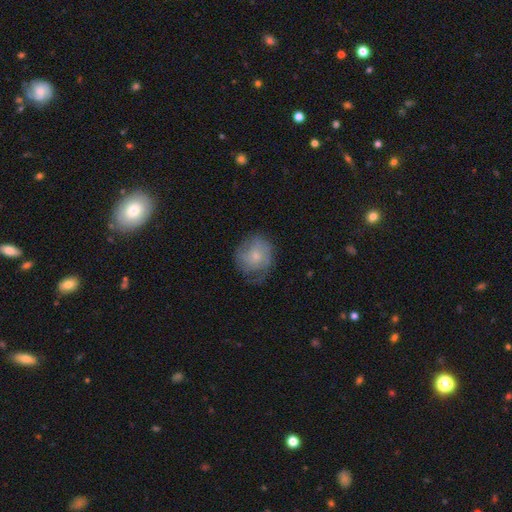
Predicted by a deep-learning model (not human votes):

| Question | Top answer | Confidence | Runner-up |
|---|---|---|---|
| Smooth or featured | smooth | 49% | featured or disk (43%) |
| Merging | none | 56% | minor disturbance (27%) |